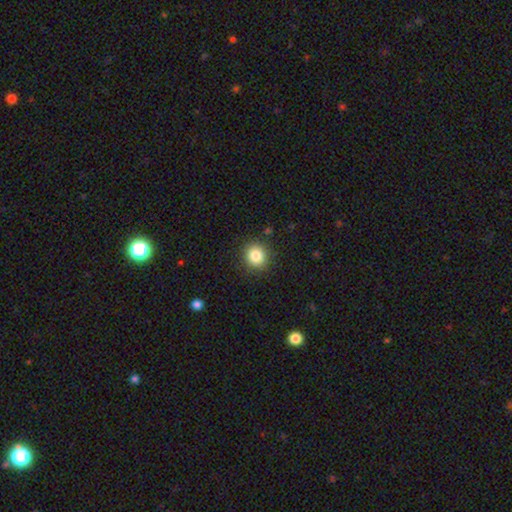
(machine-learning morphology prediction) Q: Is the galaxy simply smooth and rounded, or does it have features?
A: smooth — 84%.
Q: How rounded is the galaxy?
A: round — 88%.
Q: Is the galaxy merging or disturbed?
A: none — 89%.